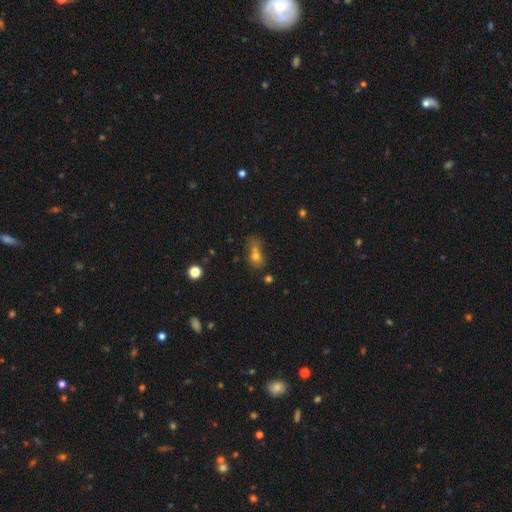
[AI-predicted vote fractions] Smooth or featured: smooth — 65% (star or artifact — 18%)
How rounded: in between — 56% (round — 33%)
Merging: none — 31% (merger — 27%)